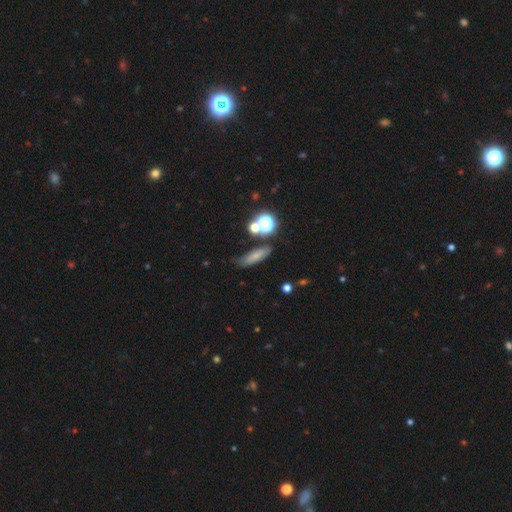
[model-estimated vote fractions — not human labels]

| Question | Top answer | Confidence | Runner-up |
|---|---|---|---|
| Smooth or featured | smooth | 63% | featured or disk (19%) |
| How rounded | cigar-shaped | 49% | in between (37%) |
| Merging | none | 67% | minor disturbance (19%) |